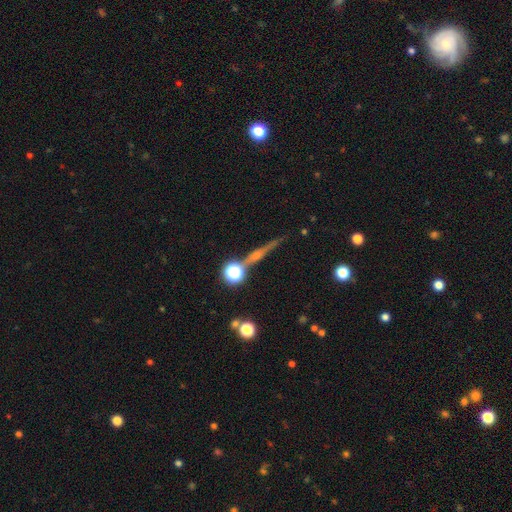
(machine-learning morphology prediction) Smooth or featured: featured or disk — 57% (smooth — 25%)
Edge-on disk: yes — 94% (no — 6%)
Edge-on bulge: rounded — 59% (none — 30%)
Merging: none — 79% (minor disturbance — 9%)